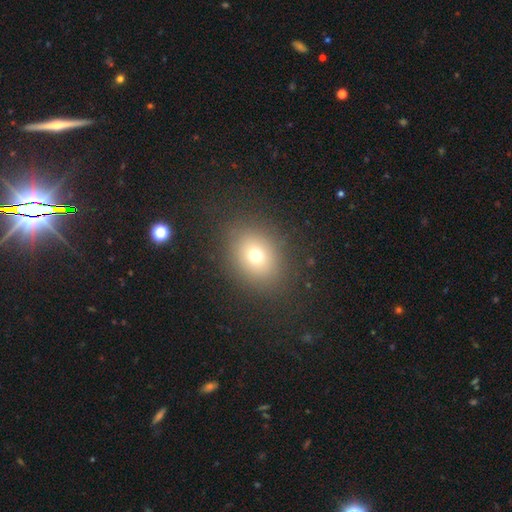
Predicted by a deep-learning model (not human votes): smooth_or_featured: smooth (p=0.71) [alt: star or artifact p=0.17]
how_rounded: round (p=0.60) [alt: in between p=0.39]
merging: none (p=0.85) [alt: minor disturbance p=0.08]